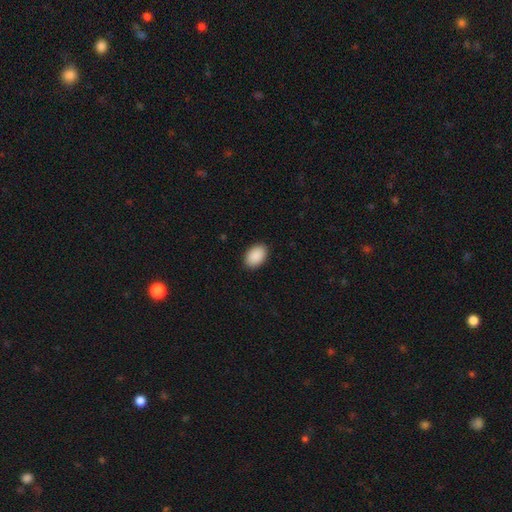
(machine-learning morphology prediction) Smooth or featured? Predicted: smooth (p=0.91). How rounded? Predicted: in between (p=0.88). Merging? Predicted: none (p=0.90).